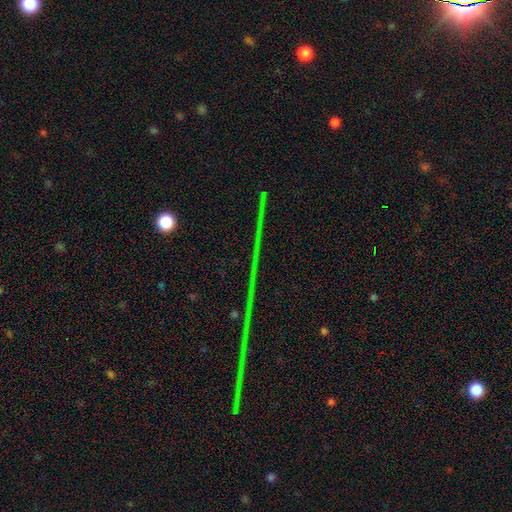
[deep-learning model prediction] Smooth or featured? star or artifact (84%)